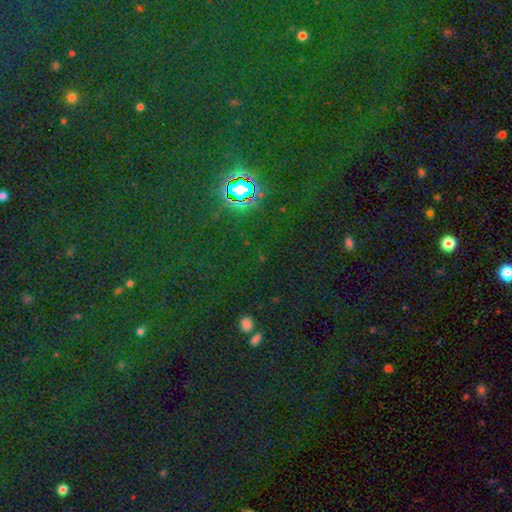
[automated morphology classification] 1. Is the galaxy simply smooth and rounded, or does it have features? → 82% star or artifact, 11% smooth, 7% featured or disk.